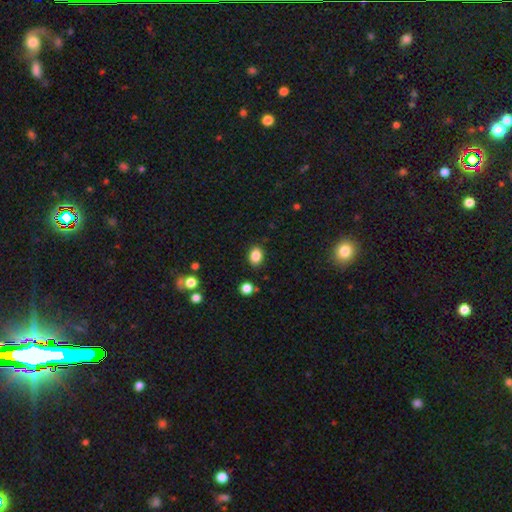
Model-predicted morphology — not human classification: This appears to be a smooth galaxy with no disk features (86%) that is in between round and cigar-shaped (68%). Merging: none (87%).